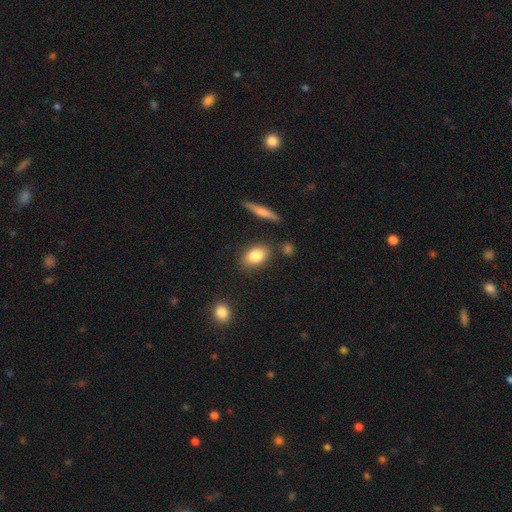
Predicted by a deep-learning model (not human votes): Morphology: type=smooth (81%); roundness=in between (79%); merging=none (81%).